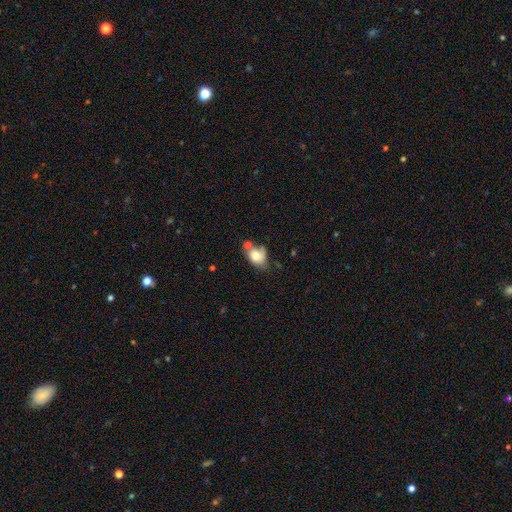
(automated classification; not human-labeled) smooth_or_featured: smooth (p=0.74) [alt: featured or disk p=0.17]
how_rounded: in between (p=0.56) [alt: round p=0.43]
merging: none (p=0.36) [alt: merger p=0.31]